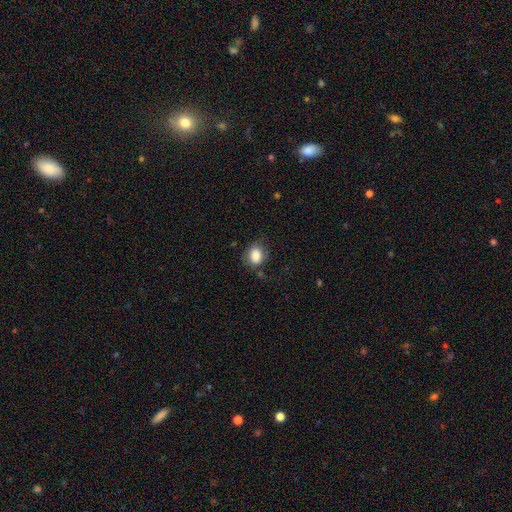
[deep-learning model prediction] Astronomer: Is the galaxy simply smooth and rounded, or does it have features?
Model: smooth — 85%.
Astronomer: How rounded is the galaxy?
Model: in between — 54% (runner-up: round, 45%).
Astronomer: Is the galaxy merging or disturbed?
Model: none — 69%.